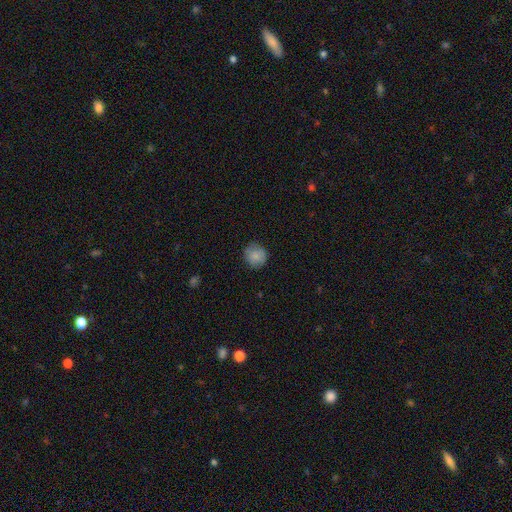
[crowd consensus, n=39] smooth 90%, featured or disk 5%, star or artifact 5%. Down the decision tree: how rounded — round (89%); merging — none (78%).